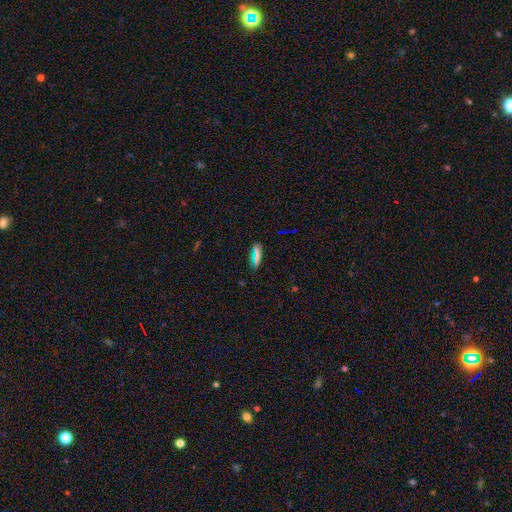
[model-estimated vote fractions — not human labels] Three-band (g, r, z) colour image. It shows a smooth galaxy with no disk features (59%) that is in between round and cigar-shaped (52%). Merging: none (83%).